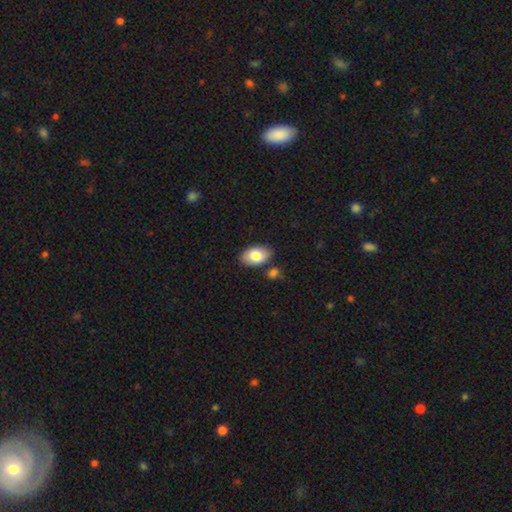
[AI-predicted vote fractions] smooth-or-featured: smooth: 84% | featured or disk: 10% | star or artifact: 6%
  how-rounded: in between: 93% | round: 6% | cigar-shaped: 1%
  merging: none: 80% | minor disturbance: 12% | merger: 6% | major disturbance: 3%